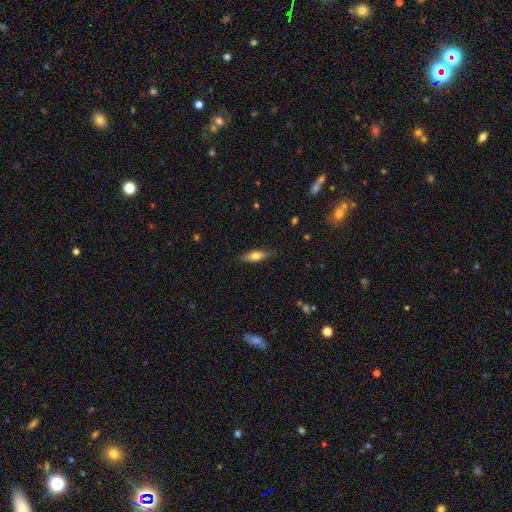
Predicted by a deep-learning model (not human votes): Q: Smooth or featured?
A: smooth (53%); runner-up: featured or disk (41%)
Q: How rounded?
A: cigar-shaped (58%); runner-up: in between (39%)
Q: Merging?
A: none (84%); runner-up: minor disturbance (12%)